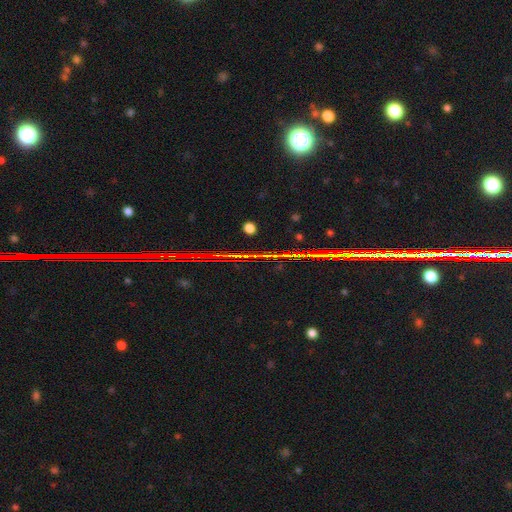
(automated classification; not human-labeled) This is clearly a star or artifact rather than a galaxy (82%).